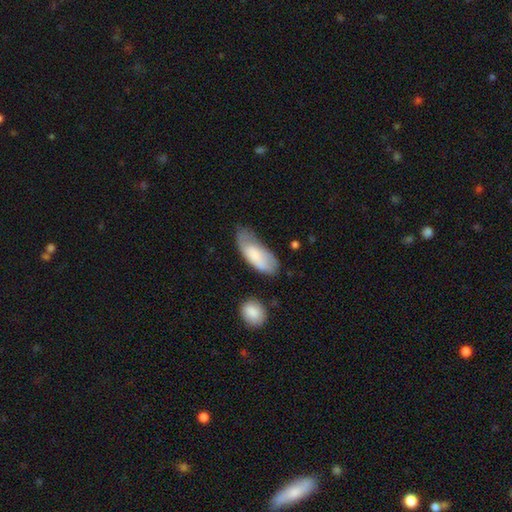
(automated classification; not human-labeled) A smooth galaxy with no disk features (72%) that is in between round and cigar-shaped (81%). Merging: none (42%).